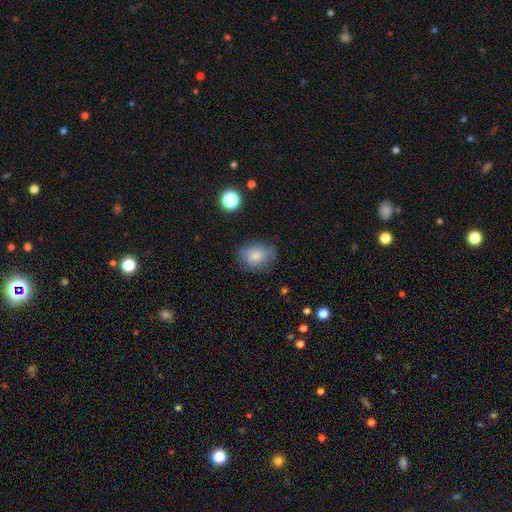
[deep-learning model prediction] A smooth galaxy with no disk features (76%) that is in between round and cigar-shaped (52%).

Vote fractions:
- Smooth or featured? smooth: 76% / featured or disk: 14% / star or artifact: 9%
- How rounded? in between: 52% / round: 47% / cigar-shaped: 1%
- Merging? none: 67% / minor disturbance: 24% / major disturbance: 7% / merger: 2%